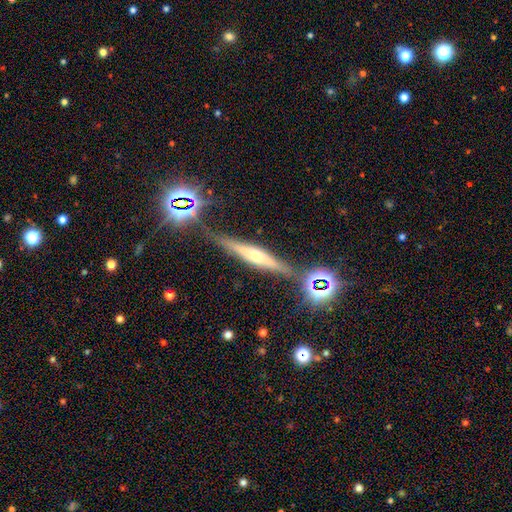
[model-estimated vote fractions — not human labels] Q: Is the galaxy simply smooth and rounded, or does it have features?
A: featured or disk — 60%.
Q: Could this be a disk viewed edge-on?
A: yes — 93%.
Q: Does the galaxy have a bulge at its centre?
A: rounded — 82%.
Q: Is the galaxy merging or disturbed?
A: none — 80%.